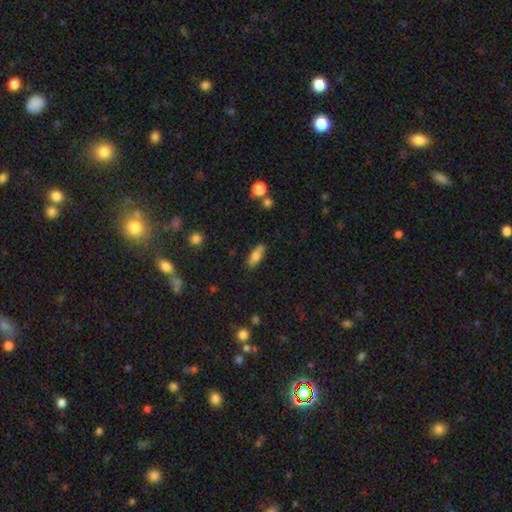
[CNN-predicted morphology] smooth 75%, featured or disk 17%, star or artifact 8%. Down the decision tree: how rounded — in between (72%); merging — none (81%).